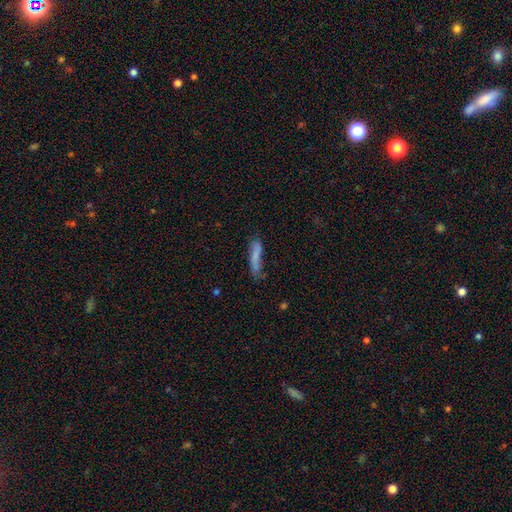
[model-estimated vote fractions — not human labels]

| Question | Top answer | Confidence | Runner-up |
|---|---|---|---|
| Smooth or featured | smooth | 71% | featured or disk (21%) |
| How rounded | cigar-shaped | 80% | in between (18%) |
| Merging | none | 51% | minor disturbance (29%) |